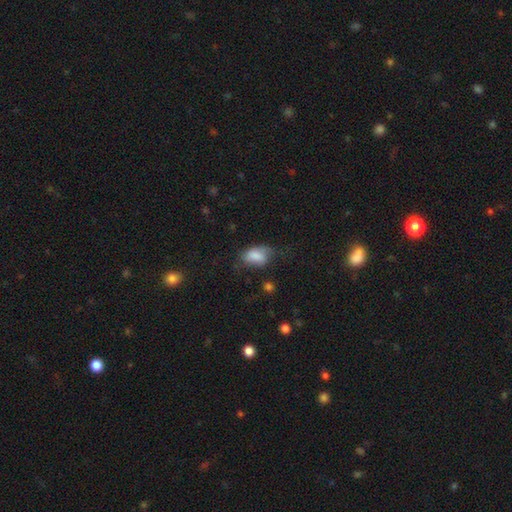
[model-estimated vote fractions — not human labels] A smooth galaxy with no disk features (78%) that is in between round and cigar-shaped (87%).

Vote fractions:
- Smooth or featured? smooth: 78% / featured or disk: 13% / star or artifact: 9%
- How rounded? in between: 87% / round: 12% / cigar-shaped: 2%
- Merging? none: 42% / minor disturbance: 34% / major disturbance: 21% / merger: 3%